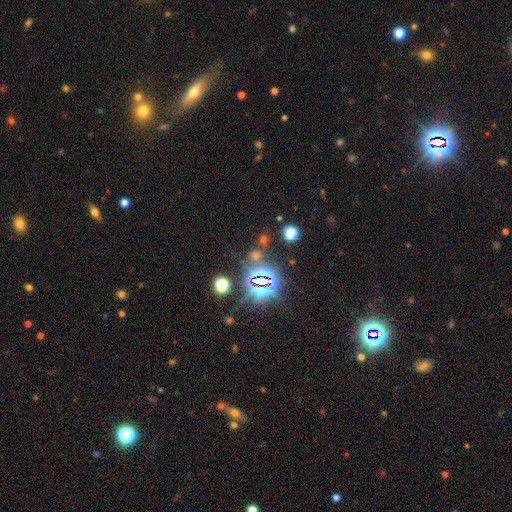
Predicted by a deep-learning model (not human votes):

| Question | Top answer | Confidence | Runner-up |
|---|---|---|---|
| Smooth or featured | star or artifact | 68% | smooth (24%) |